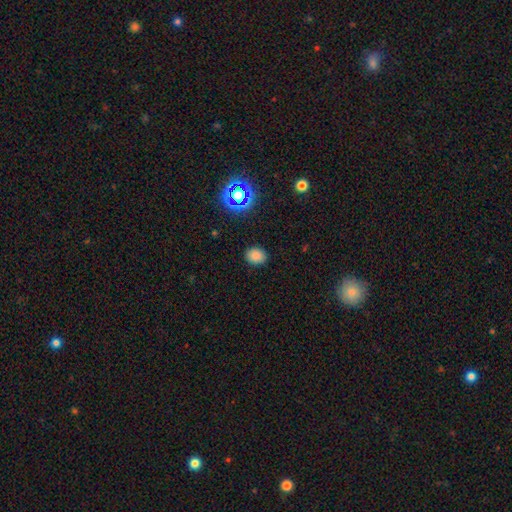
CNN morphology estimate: type=smooth (79%); roundness=in between (52%); merging=none (87%).